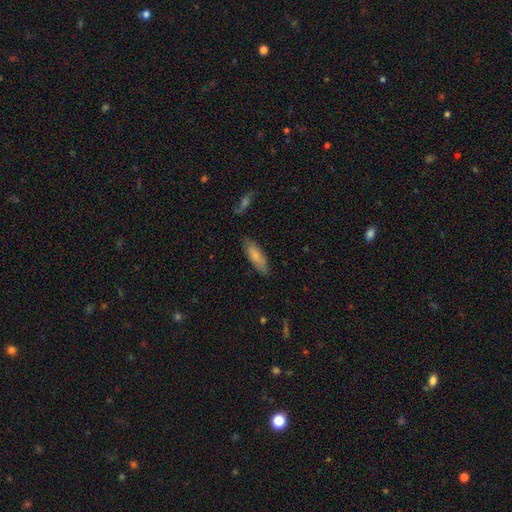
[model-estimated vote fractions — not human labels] smooth 74%, featured or disk 20%, star or artifact 6%. Down the decision tree: how rounded — in between (56%); merging — none (78%).